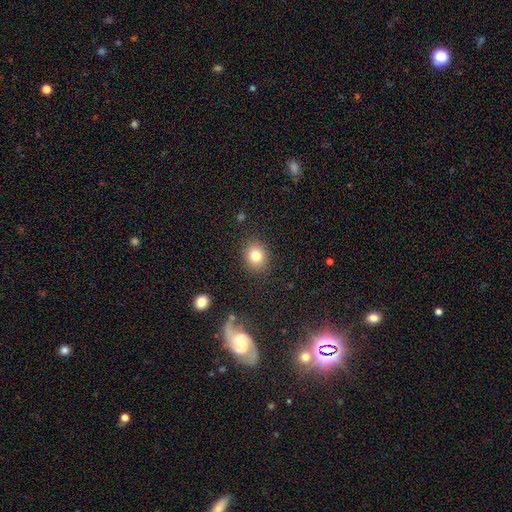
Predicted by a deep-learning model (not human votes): Morphology: type=smooth (81%); roundness=round (70%); merging=none (87%).